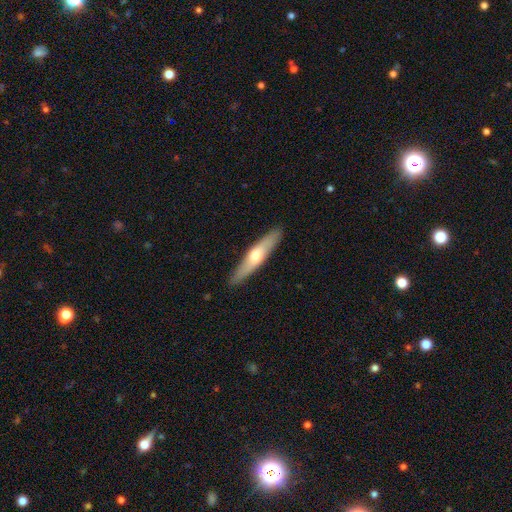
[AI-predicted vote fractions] This appears to be a smooth galaxy with no disk features (48%). Merging: none (89%).